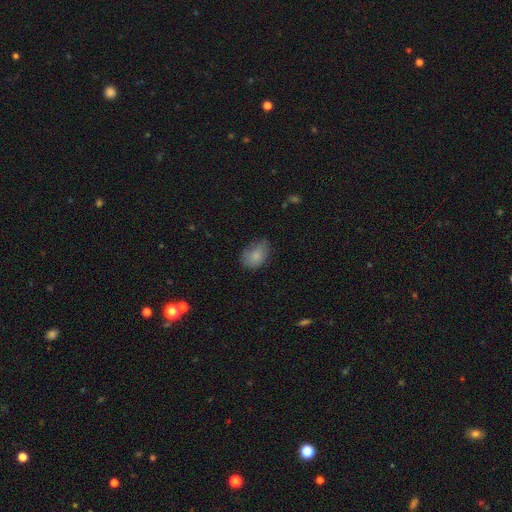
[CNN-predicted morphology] The model was most divided on "merging": none: 54%, minor disturbance: 35%, major disturbance: 10%, merger: 2%. More confident: smooth or featured — smooth (82%); how rounded — in between (79%).